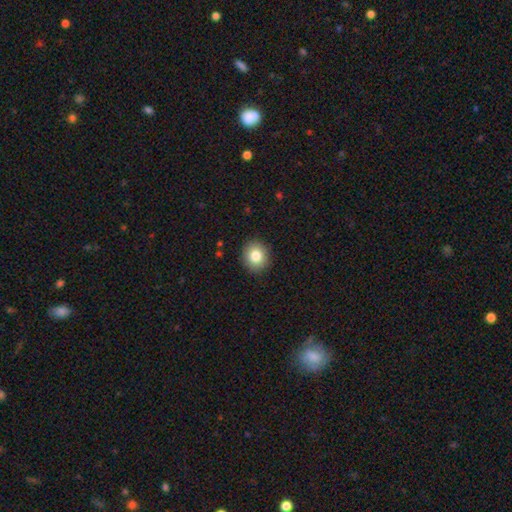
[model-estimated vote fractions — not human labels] Morphology: type=smooth (82%); roundness=round (78%); merging=none (90%).